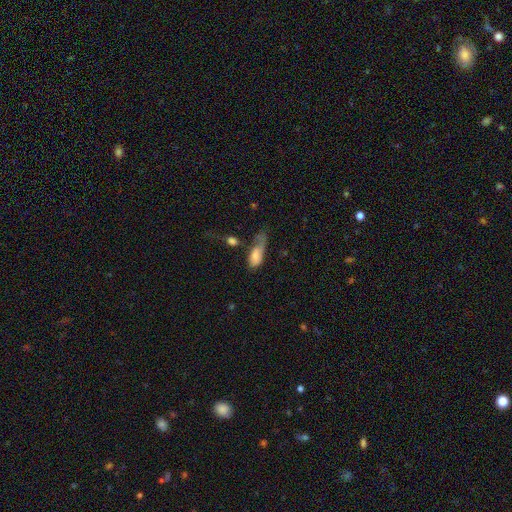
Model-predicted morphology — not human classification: smooth 70%, featured or disk 23%, star or artifact 8%. Down the decision tree: how rounded — in between (82%); merging — major disturbance (42%).